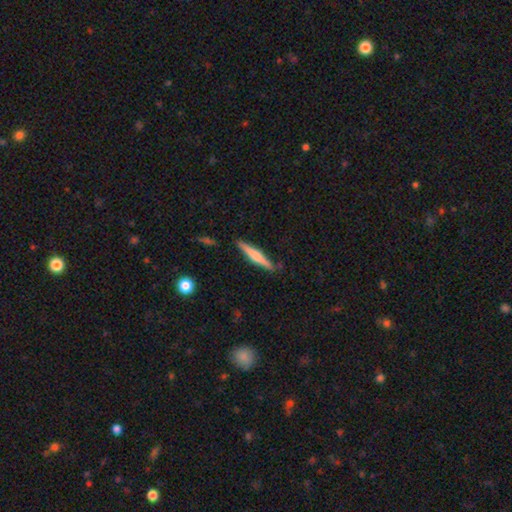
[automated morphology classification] Overall: featured or disk (47%, tied with smooth). Merging: none (88%).